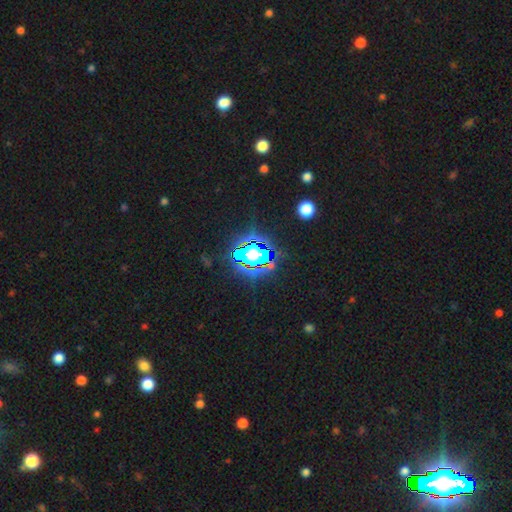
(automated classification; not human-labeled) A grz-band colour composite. It shows a star or artifact, not a galaxy (68%).